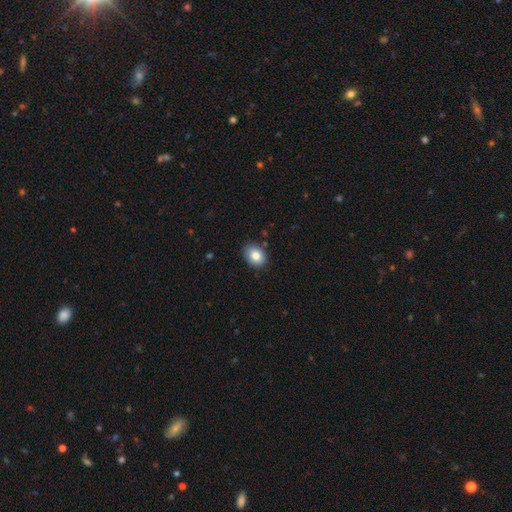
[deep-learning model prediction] This appears to be a smooth galaxy with no disk features (83%) that is in between round and cigar-shaped (68%). Merging: none (84%).